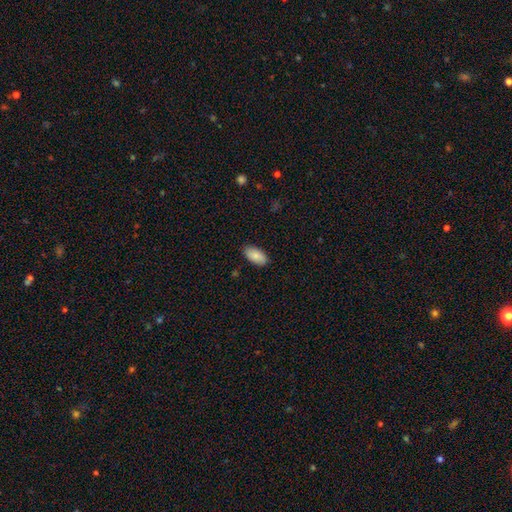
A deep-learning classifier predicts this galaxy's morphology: A smooth galaxy with no disk features (86%) that is in between round and cigar-shaped (95%).

Vote fractions:
- Smooth or featured? smooth: 86% / featured or disk: 8% / star or artifact: 6%
- How rounded? in between: 95% / cigar-shaped: 3% / round: 2%
- Merging? none: 87% / minor disturbance: 10% / major disturbance: 2% / merger: 1%